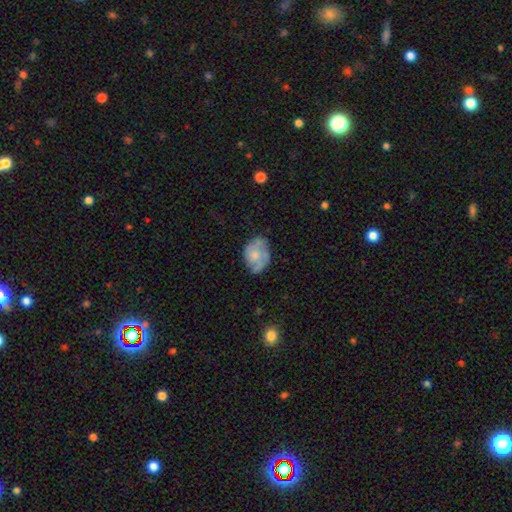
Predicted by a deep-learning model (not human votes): smooth 49%, featured or disk 44%, star or artifact 7%. Down the decision tree: merging — none (57%).